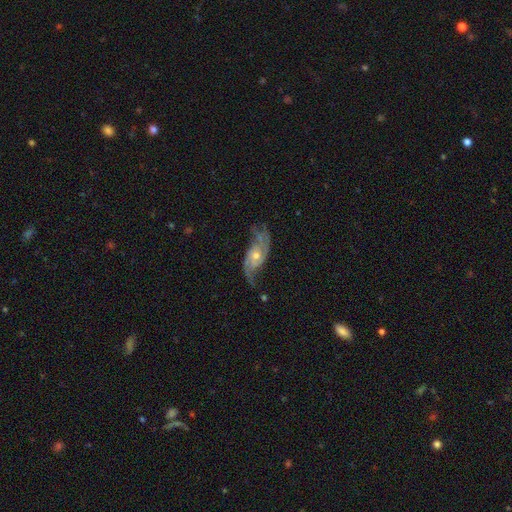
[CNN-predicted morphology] featured or disk 85%, smooth 10%, star or artifact 6%. Down the decision tree: edge-on disk — no (94%); bar — no (70%); spiral arms — yes (94%); spiral arm count — 2 (70%); spiral winding — loose (45%); bulge size — moderate (58%); merging — none (58%).